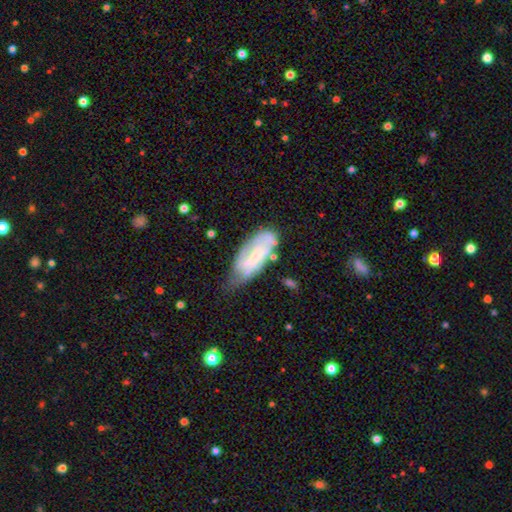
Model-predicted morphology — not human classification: smooth_or_featured: featured or disk (p=0.53) [alt: smooth p=0.40]
disk_edge_on: no (p=0.89) [alt: yes p=0.11]
merging: none (p=0.40) [tied with: minor disturbance p=0.40]